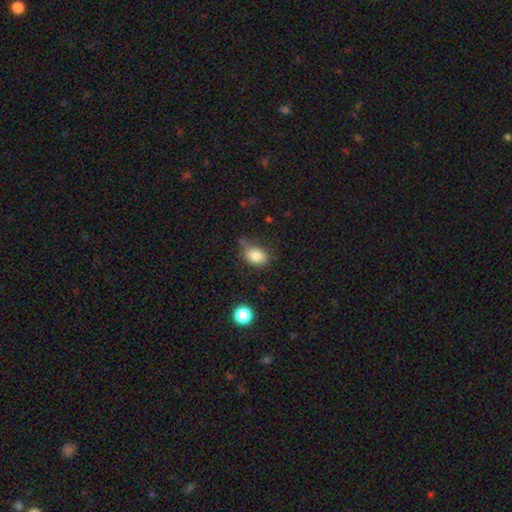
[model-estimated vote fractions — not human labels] Smooth or featured? Predicted: smooth (p=0.81). How rounded? Predicted: in between (p=0.71). Merging? Predicted: none (p=0.52).